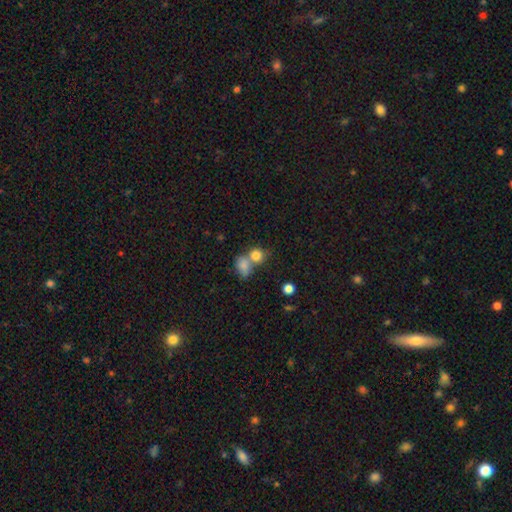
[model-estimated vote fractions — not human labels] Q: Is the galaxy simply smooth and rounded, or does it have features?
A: smooth — 81%.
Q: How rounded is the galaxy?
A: round — 71%.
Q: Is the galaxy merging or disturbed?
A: merger — 50%.